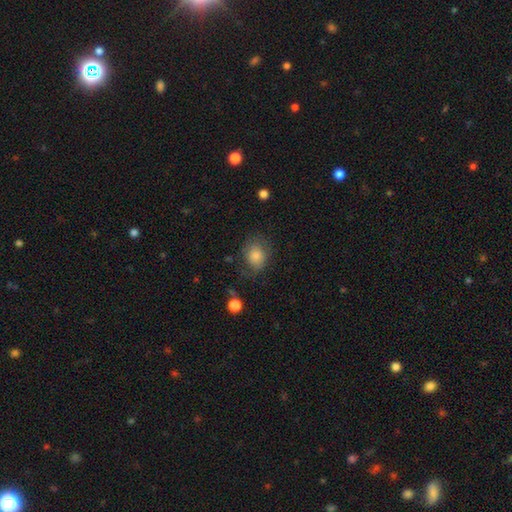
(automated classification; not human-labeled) Smooth or featured? Predicted: smooth (p=0.73). How rounded? Predicted: round (p=0.54). Merging? Predicted: none (p=0.69).